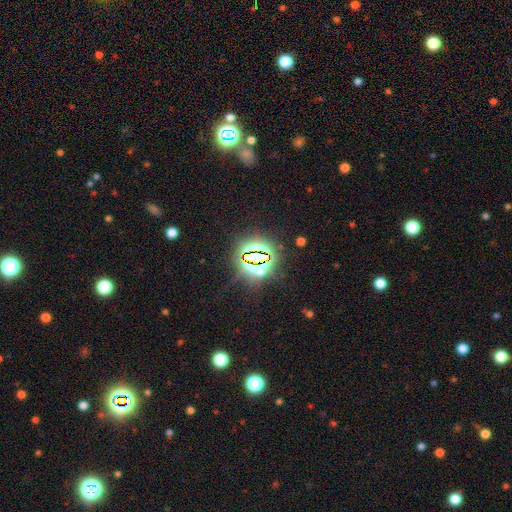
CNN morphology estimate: Smooth or featured? star or artifact (81%)